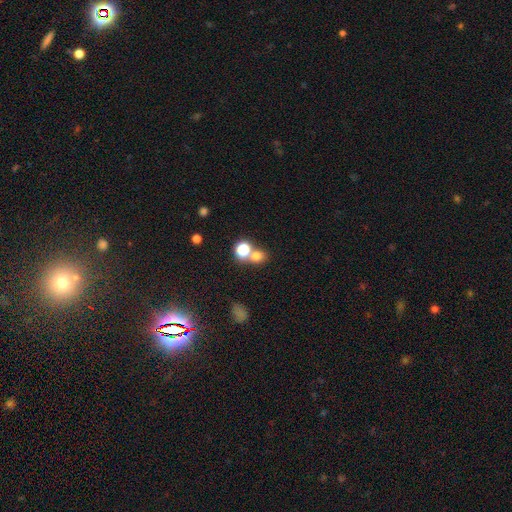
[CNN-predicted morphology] A smooth galaxy with no disk features (72%) that is round (72%). Merging: none (52%).